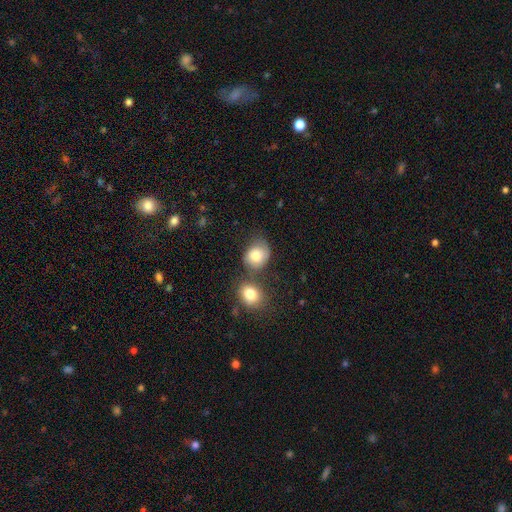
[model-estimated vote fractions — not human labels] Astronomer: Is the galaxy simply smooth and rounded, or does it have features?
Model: smooth — 70%.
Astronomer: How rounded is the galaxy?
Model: round — 57% (runner-up: in between, 42%).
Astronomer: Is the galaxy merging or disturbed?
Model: none — 46% (runner-up: minor disturbance, 22%).